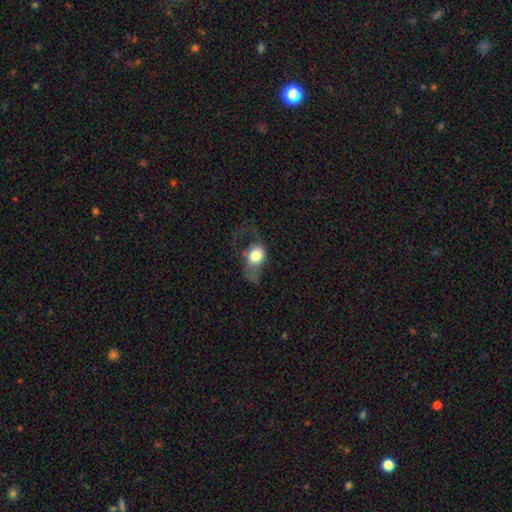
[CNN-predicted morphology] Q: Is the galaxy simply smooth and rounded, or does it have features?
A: smooth — 59%.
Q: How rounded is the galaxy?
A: in between — 50%.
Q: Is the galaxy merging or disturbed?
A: major disturbance — 44%.